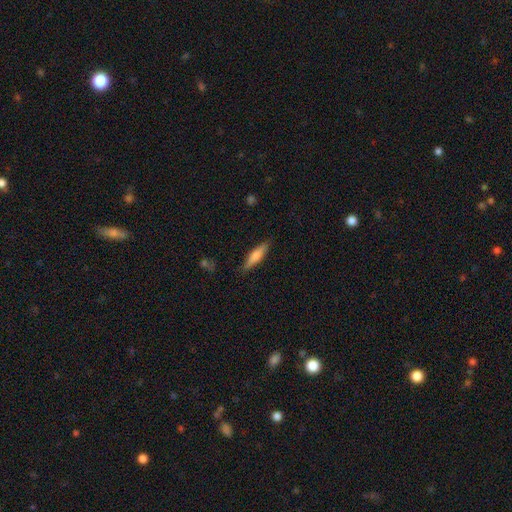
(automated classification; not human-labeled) A smooth galaxy with no disk features (65%) that is cigar-shaped (74%). Merging: none (86%).